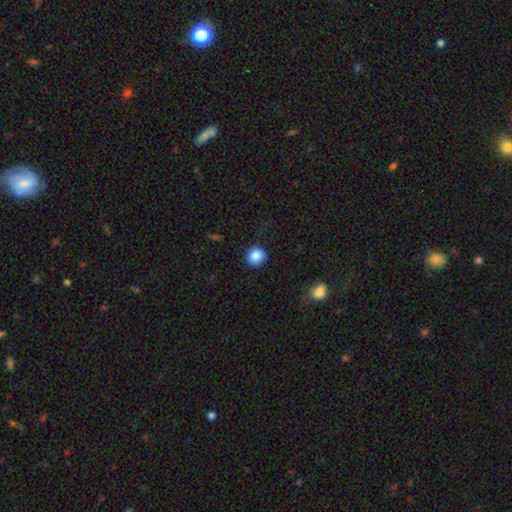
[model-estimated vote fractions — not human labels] Smooth or featured?
  - smooth: 87% *
  - star or artifact: 9%
  - featured or disk: 4%
How rounded?
  - round: 86% *
  - in between: 13%
  - cigar-shaped: 1%
Merging?
  - none: 78% *
  - minor disturbance: 16%
  - major disturbance: 4%
  - merger: 2%